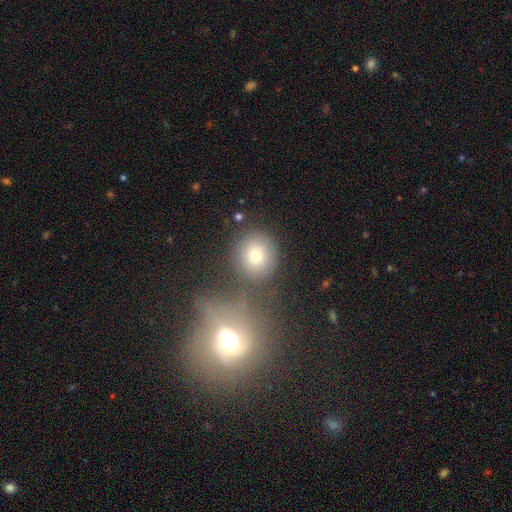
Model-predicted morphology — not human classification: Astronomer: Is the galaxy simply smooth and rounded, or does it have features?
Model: smooth — 70%.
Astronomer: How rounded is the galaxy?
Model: round — 88%.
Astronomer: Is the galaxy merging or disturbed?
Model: none — 72%.